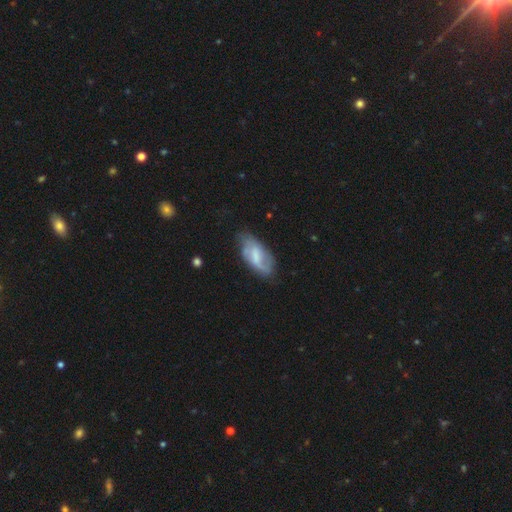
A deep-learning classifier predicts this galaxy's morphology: The model was most divided on "smooth or featured": featured or disk: 52%, smooth: 41%, star or artifact: 7%. More confident: edge-on disk — no (92%); merging — none (60%).